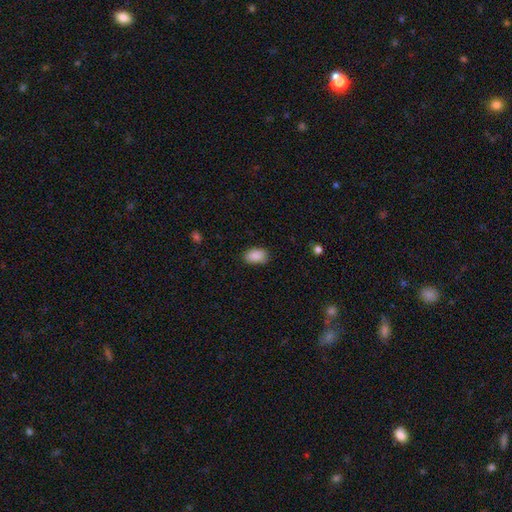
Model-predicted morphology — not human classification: smooth-or-featured: smooth: 89% | star or artifact: 8% | featured or disk: 4%
  how-rounded: in between: 90% | round: 9% | cigar-shaped: 1%
  merging: none: 80% | minor disturbance: 16% | major disturbance: 3% | merger: 1%